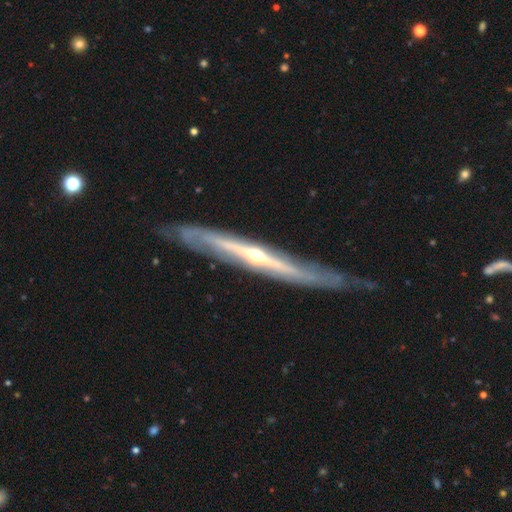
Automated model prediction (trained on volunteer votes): Q: Smooth or featured?
A: featured or disk (84%); runner-up: smooth (11%)
Q: Edge-on disk?
A: yes (84%); runner-up: no (16%)
Q: Edge-on bulge?
A: rounded (76%); runner-up: none (21%)
Q: Merging?
A: none (66%); runner-up: minor disturbance (25%)